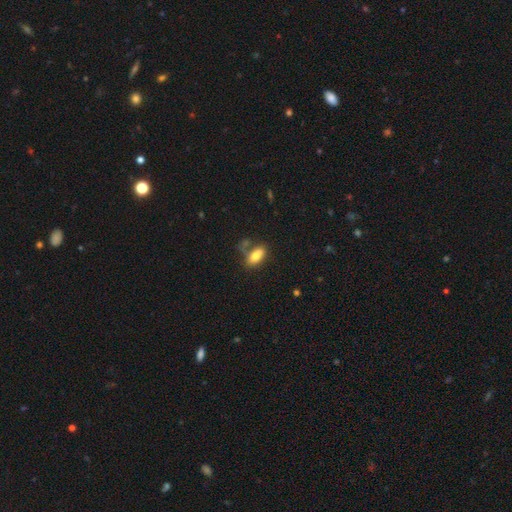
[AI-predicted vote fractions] Q: Smooth or featured?
A: smooth (77%); runner-up: featured or disk (15%)
Q: How rounded?
A: in between (87%); runner-up: cigar-shaped (8%)
Q: Merging?
A: none (54%); runner-up: minor disturbance (19%)